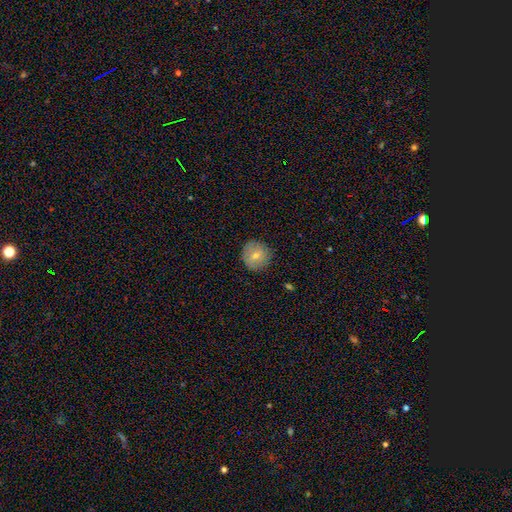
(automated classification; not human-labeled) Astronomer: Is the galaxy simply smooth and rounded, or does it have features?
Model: smooth — 71%.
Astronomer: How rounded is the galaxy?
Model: round — 92%.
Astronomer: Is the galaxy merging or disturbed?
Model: none — 87%.